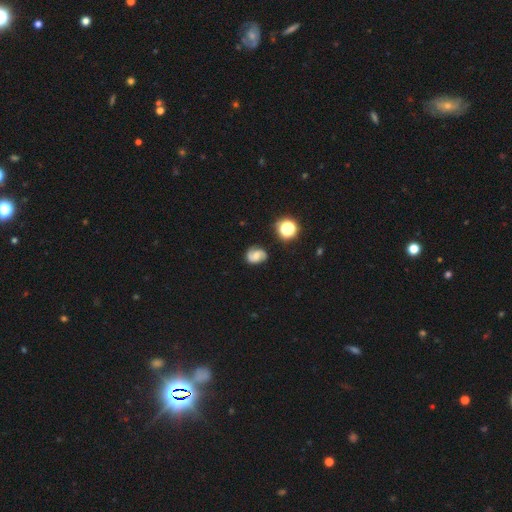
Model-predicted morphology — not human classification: A featured or disk galaxy (64%) with no bar (53%), 2 (88%) medium (47%) spiral arms (94%) and a moderate central bulge (40%). Merging: none (77%).